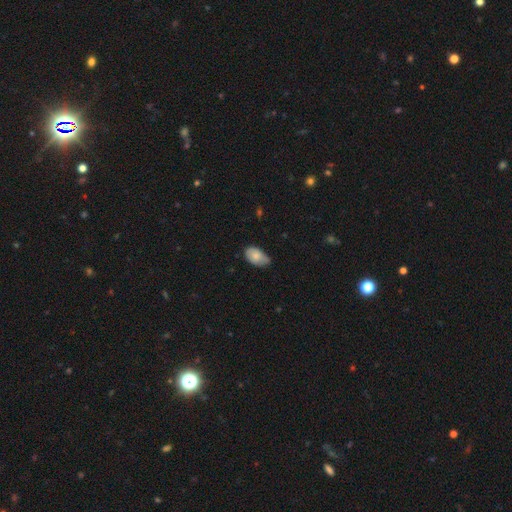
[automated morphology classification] smooth-or-featured: smooth: 77% | featured or disk: 16% | star or artifact: 7%
  how-rounded: in between: 92% | round: 6% | cigar-shaped: 1%
  merging: none: 52% | minor disturbance: 40% | major disturbance: 7% | merger: 2%